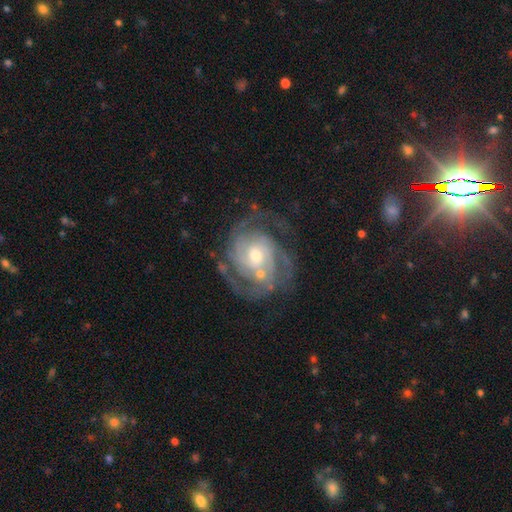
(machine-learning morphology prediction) This appears to be a featured or disk galaxy (88%) with no bar (61%), 2 (39%) tight (57%) spiral arms (96%) and a moderate central bulge (59%). Merging: none (62%).